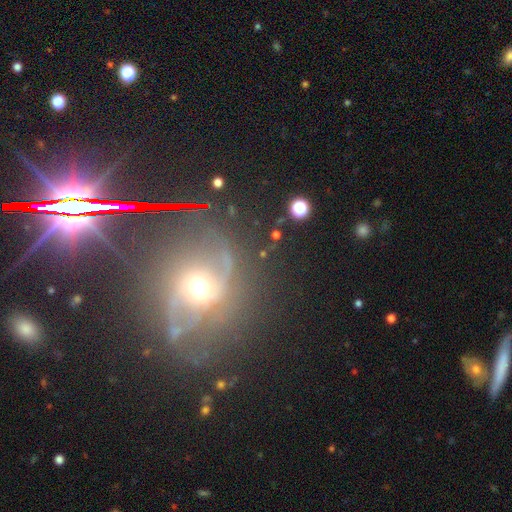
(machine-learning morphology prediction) featured or disk 63%, star or artifact 26%, smooth 12%. Down the decision tree: edge-on disk — no (93%); bar — no (58%); spiral arms — yes (87%); spiral arm count — 2 (69%); spiral winding — medium (42%); bulge size — moderate (62%); merging — none (69%).